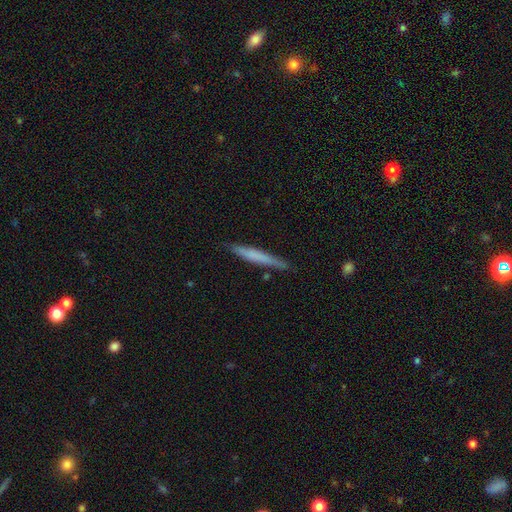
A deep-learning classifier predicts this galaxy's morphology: A smooth galaxy with no disk features (59%) that is cigar-shaped (96%). Merging: none (84%).